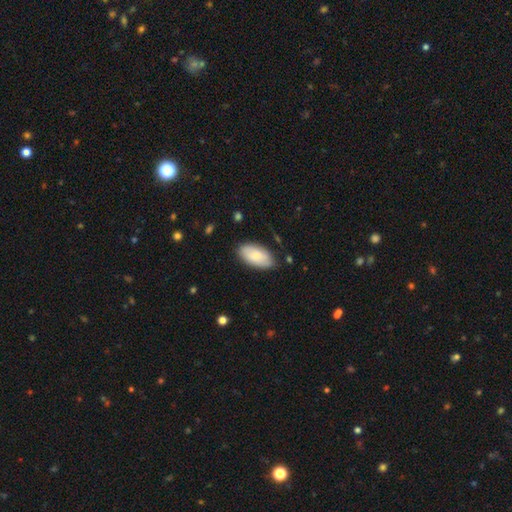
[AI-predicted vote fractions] Smooth or featured?
  - smooth: 80% *
  - featured or disk: 14%
  - star or artifact: 6%
How rounded?
  - in between: 94% *
  - cigar-shaped: 3%
  - round: 2%
Merging?
  - none: 80% *
  - minor disturbance: 16%
  - major disturbance: 3%
  - merger: 1%